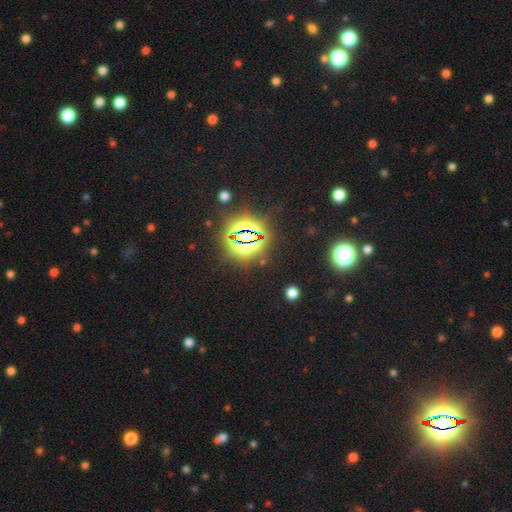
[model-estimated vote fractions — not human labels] The model was most divided on "smooth or featured": star or artifact: 84%, smooth: 10%, featured or disk: 6%.